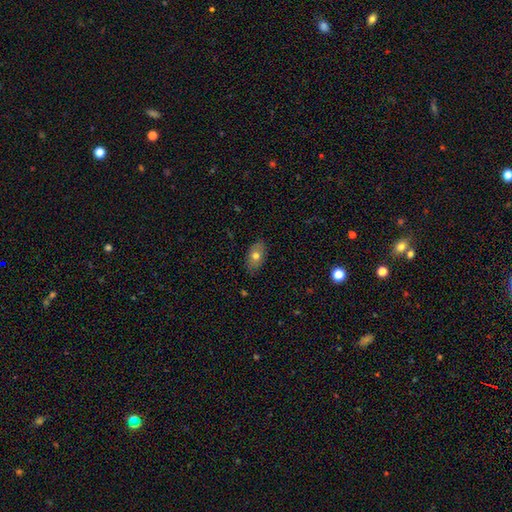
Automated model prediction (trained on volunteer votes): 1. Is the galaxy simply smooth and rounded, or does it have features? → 71% smooth, 20% featured or disk, 8% star or artifact.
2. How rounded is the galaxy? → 88% in between, 9% round, 2% cigar-shaped.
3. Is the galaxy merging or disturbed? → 84% none, 13% minor disturbance, 2% major disturbance, 1% merger.